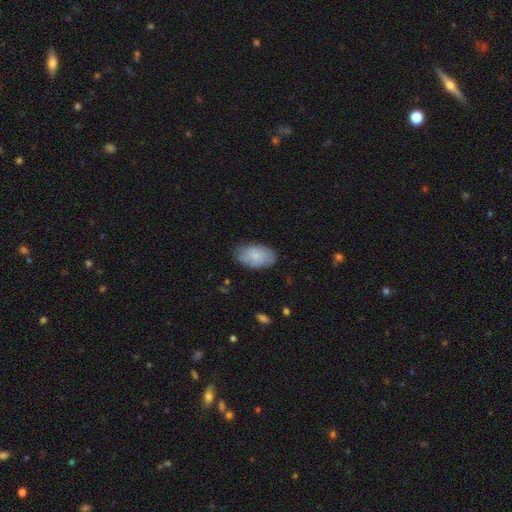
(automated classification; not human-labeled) A smooth galaxy with no disk features (79%) that is in between round and cigar-shaped (94%). Merging: none (78%).